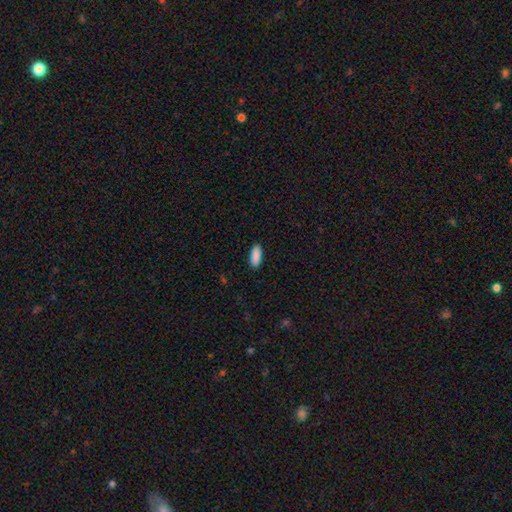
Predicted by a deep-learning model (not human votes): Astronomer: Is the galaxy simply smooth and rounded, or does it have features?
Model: smooth — 91%.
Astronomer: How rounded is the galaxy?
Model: in between — 80%.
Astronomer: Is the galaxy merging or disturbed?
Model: none — 90%.